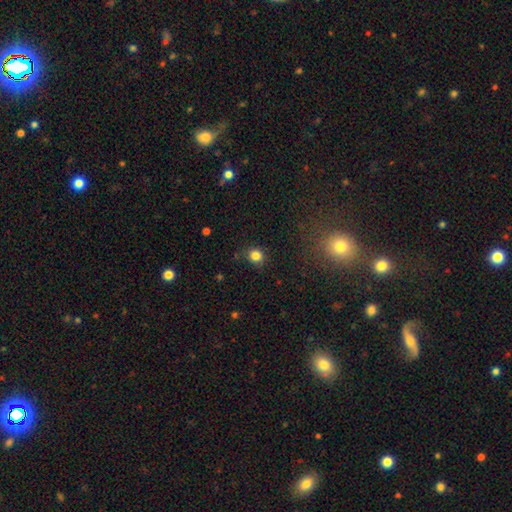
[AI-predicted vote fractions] This appears to be a smooth galaxy with no disk features (82%) that is round (84%). Merging: none (82%).